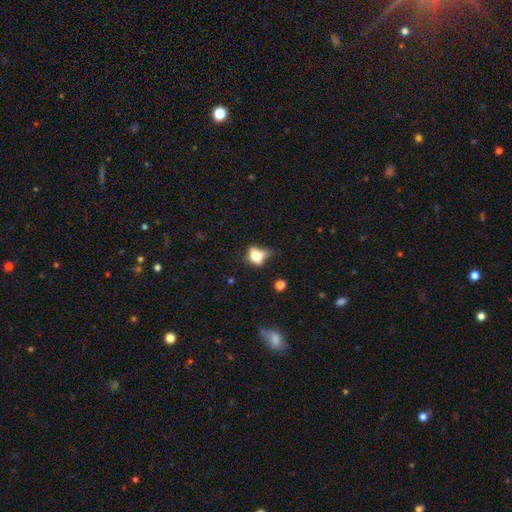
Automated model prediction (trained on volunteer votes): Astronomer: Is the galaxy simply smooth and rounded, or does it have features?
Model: smooth — 65%.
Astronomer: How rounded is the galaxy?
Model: in between — 64%.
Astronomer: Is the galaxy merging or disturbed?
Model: minor disturbance — 33% (runner-up: major disturbance, 30%).